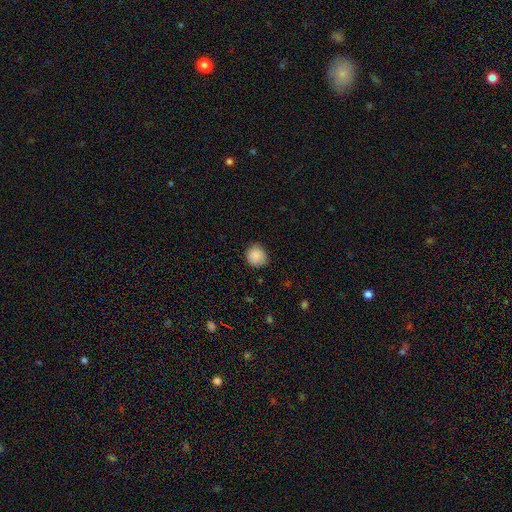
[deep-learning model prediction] Smooth or featured: smooth — 88% (star or artifact — 8%)
How rounded: round — 88% (in between — 11%)
Merging: none — 81% (minor disturbance — 16%)